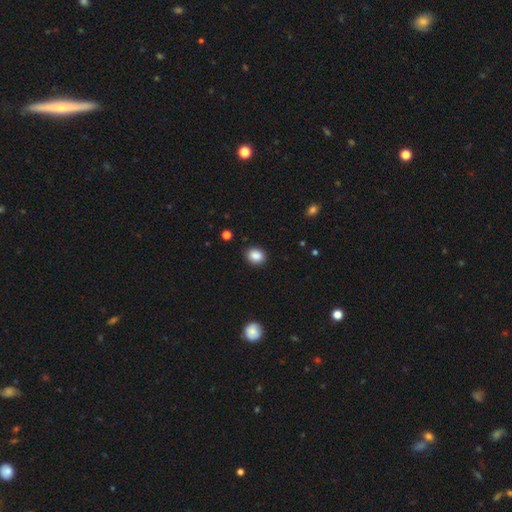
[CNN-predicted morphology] A smooth galaxy with no disk features (87%) that is round (53%).

Vote fractions:
- Smooth or featured? smooth: 87% / star or artifact: 9% / featured or disk: 4%
- How rounded? round: 53% / in between: 46% / cigar-shaped: 1%
- Merging? none: 89% / minor disturbance: 8% / major disturbance: 2% / merger: 1%